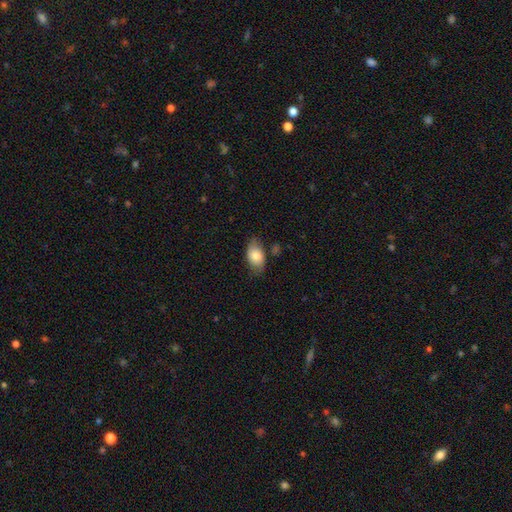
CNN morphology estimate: Smooth or featured? smooth (81%)
How rounded? in between (90%)
Merging? none (70%)